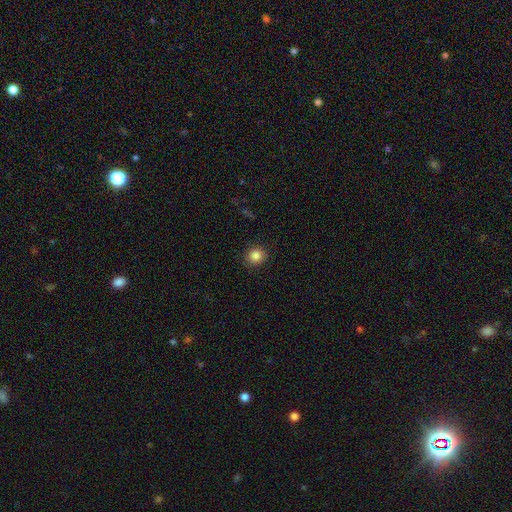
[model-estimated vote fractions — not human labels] This appears to be a smooth galaxy with no disk features (85%) that is round (86%). Merging: none (89%).